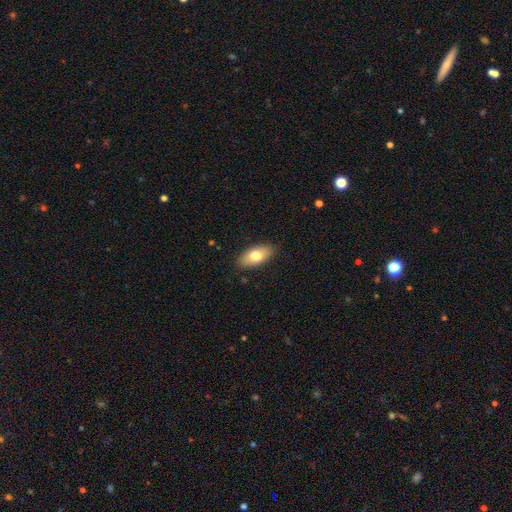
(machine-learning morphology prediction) This appears to be a smooth galaxy with no disk features (75%) that is in between round and cigar-shaped (89%). Merging: none (86%).